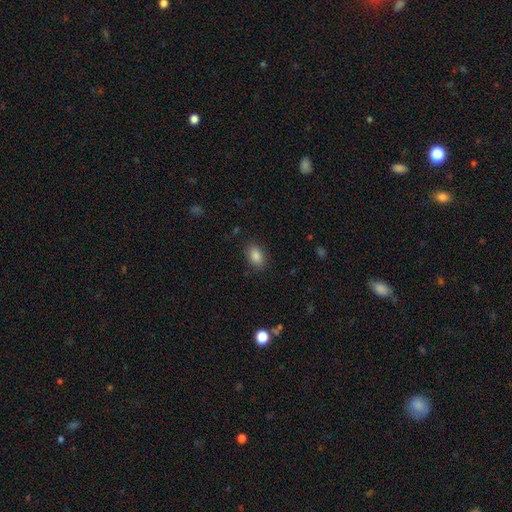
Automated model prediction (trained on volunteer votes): Overall: smooth (87%). How rounded: in between (86%). Merging: none (86%).